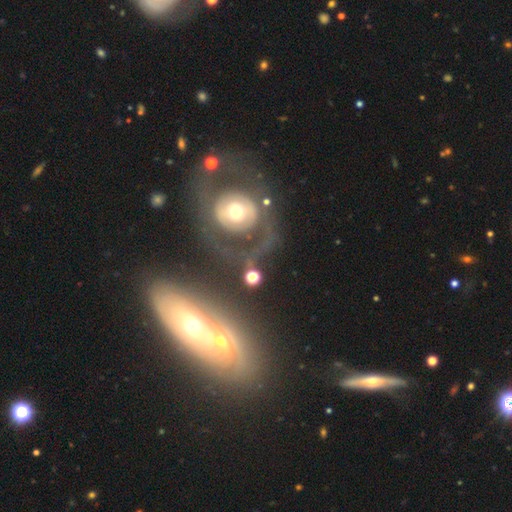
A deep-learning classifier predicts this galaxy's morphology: type=featured or disk (67%); edge-on=no (92%); bar=no (79%); spiral arms=no (54%); bulge=moderate (57%); merging=none (49%).